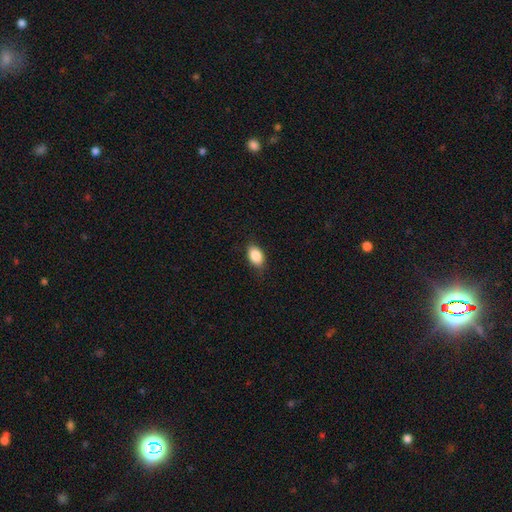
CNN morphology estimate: type=smooth (87%); roundness=in between (87%); merging=none (78%).